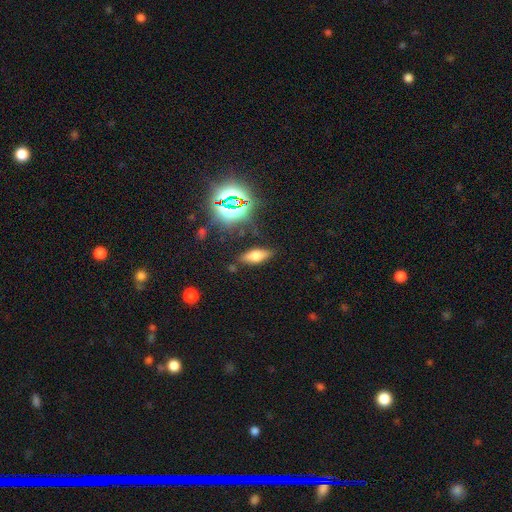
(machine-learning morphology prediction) smooth 58%, featured or disk 23%, star or artifact 19%. Down the decision tree: how rounded — in between (71%); merging — none (82%).